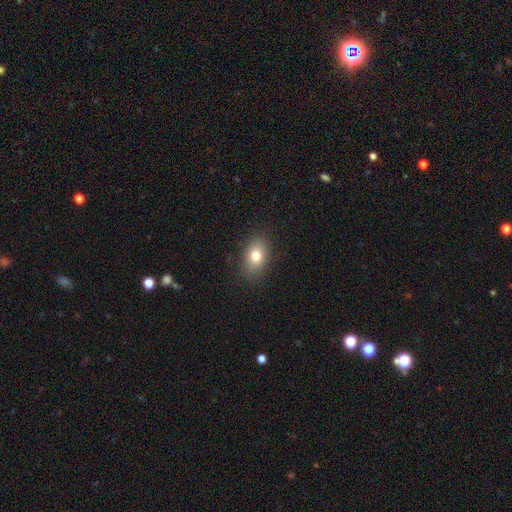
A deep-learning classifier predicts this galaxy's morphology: The model was most divided on "how rounded": in between: 82%, round: 17%, cigar-shaped: 2%. More confident: merging — none (86%); smooth or featured — smooth (79%).